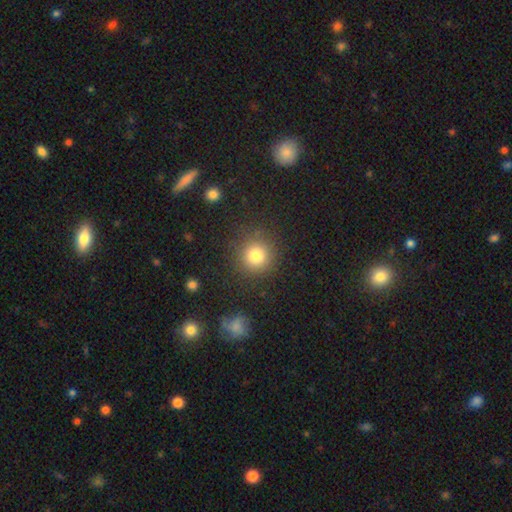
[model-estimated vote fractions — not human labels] Morphology: type=smooth (80%); roundness=round (93%); merging=none (86%).